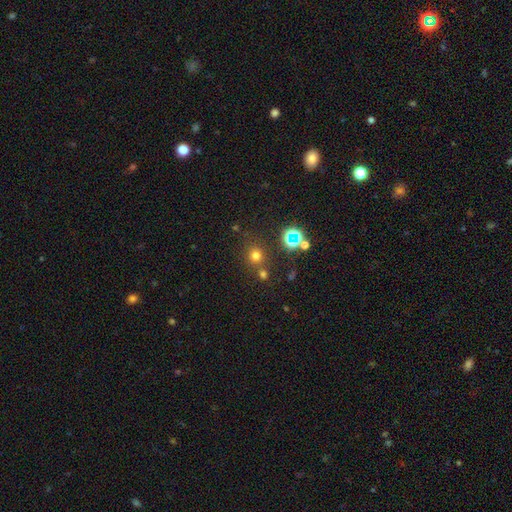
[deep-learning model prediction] Smooth or featured?
  - smooth: 65% *
  - star or artifact: 27%
  - featured or disk: 7%
How rounded?
  - round: 88% *
  - in between: 11%
  - cigar-shaped: 1%
Merging?
  - none: 72% *
  - merger: 15%
  - minor disturbance: 9%
  - major disturbance: 4%